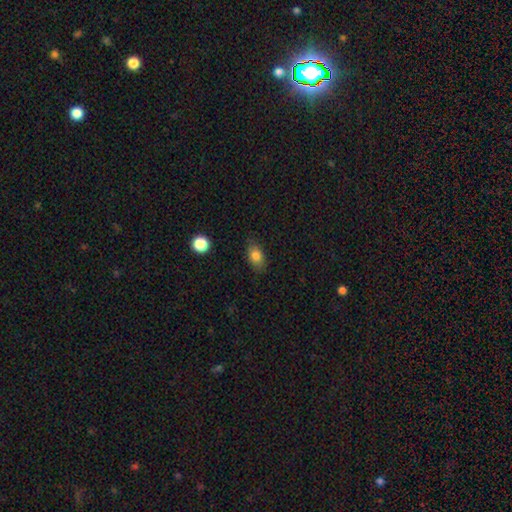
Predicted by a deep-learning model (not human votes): smooth-or-featured: smooth: 81% | featured or disk: 10% | star or artifact: 9%
  how-rounded: in between: 84% | round: 13% | cigar-shaped: 3%
  merging: none: 81% | minor disturbance: 15% | major disturbance: 3% | merger: 1%